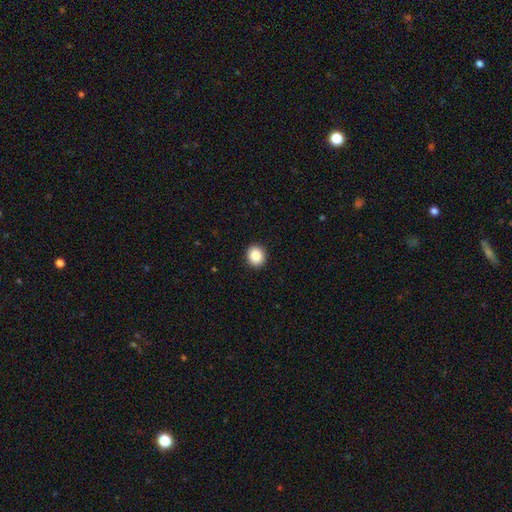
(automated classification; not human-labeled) Overall: smooth (87%). How rounded: round (75%). Merging: none (92%).